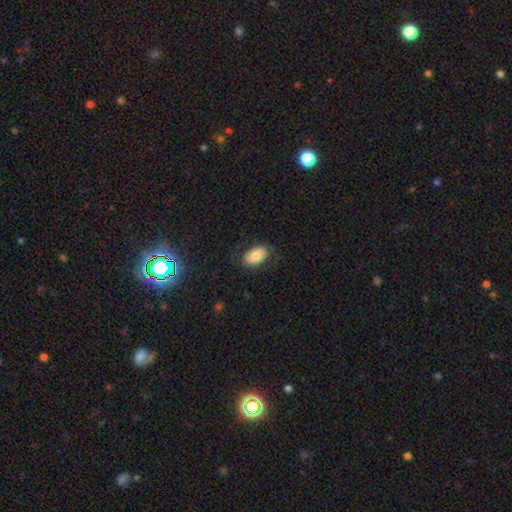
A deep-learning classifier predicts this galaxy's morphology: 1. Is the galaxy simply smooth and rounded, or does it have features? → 69% smooth, 23% featured or disk, 7% star or artifact.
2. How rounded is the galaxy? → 90% in between, 9% round, 1% cigar-shaped.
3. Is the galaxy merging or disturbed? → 75% none, 16% minor disturbance, 8% major disturbance, 1% merger.